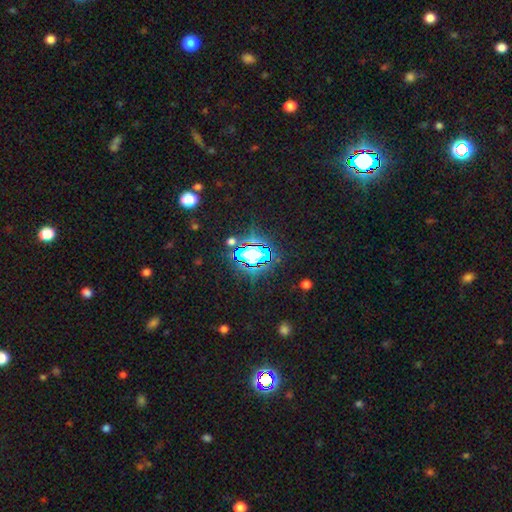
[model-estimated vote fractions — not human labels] Q: Smooth or featured?
A: star or artifact (71%); runner-up: smooth (18%)